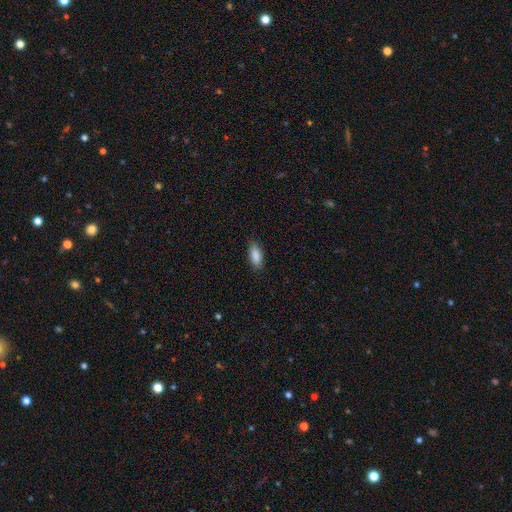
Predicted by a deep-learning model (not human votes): smooth 89%, star or artifact 6%, featured or disk 5%. Down the decision tree: how rounded — in between (85%); merging — none (86%).